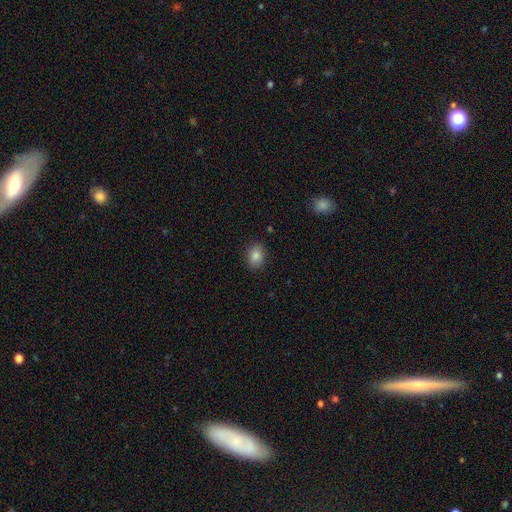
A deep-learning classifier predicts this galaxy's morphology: Q: Smooth or featured?
A: smooth (85%); runner-up: star or artifact (9%)
Q: How rounded?
A: in between (69%); runner-up: round (30%)
Q: Merging?
A: none (87%); runner-up: minor disturbance (10%)